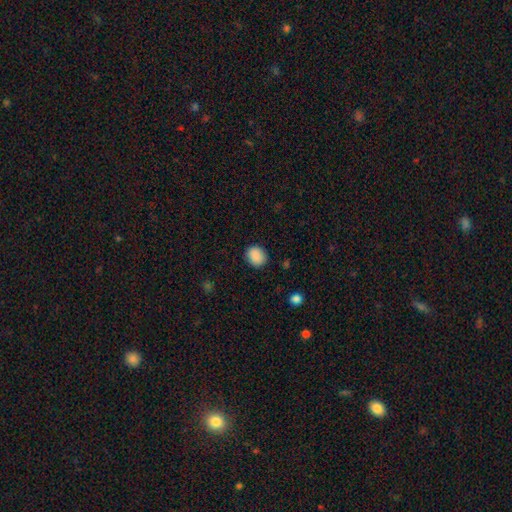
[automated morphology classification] Overall: smooth (89%). How rounded: round (62%; in between 37%). Merging: none (87%).